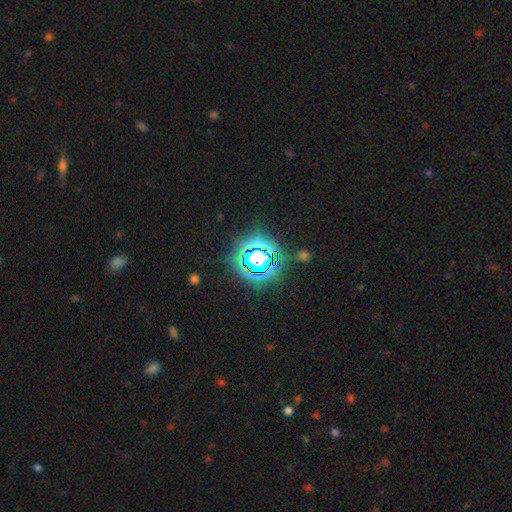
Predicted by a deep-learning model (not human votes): This appears to be a star or artifact, not a galaxy (65%).